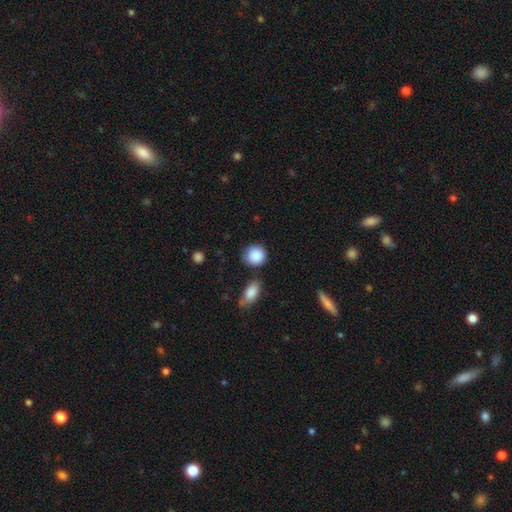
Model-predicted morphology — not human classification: Smooth or featured?
  - smooth: 89% *
  - star or artifact: 7%
  - featured or disk: 4%
How rounded?
  - round: 86% *
  - in between: 13%
  - cigar-shaped: 1%
Merging?
  - none: 75% *
  - minor disturbance: 14%
  - merger: 8%
  - major disturbance: 4%